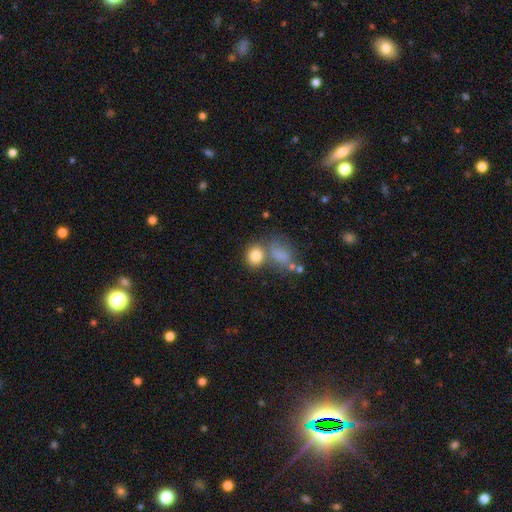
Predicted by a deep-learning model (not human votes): smooth-or-featured: smooth: 80% | star or artifact: 11% | featured or disk: 9%
  how-rounded: round: 64% | in between: 34% | cigar-shaped: 2%
  merging: none: 53% | merger: 28% | minor disturbance: 13% | major disturbance: 6%